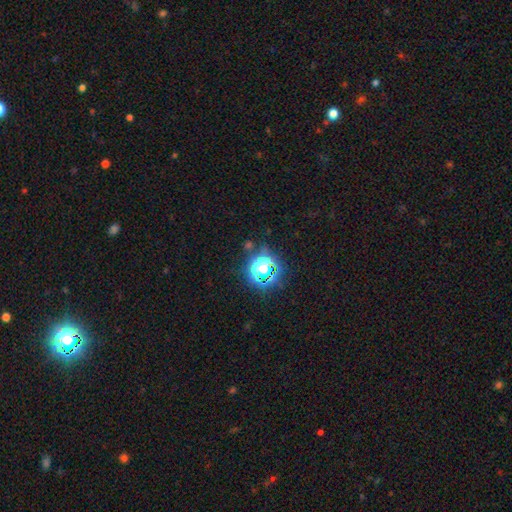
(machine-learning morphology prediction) Overall: star or artifact (79%).